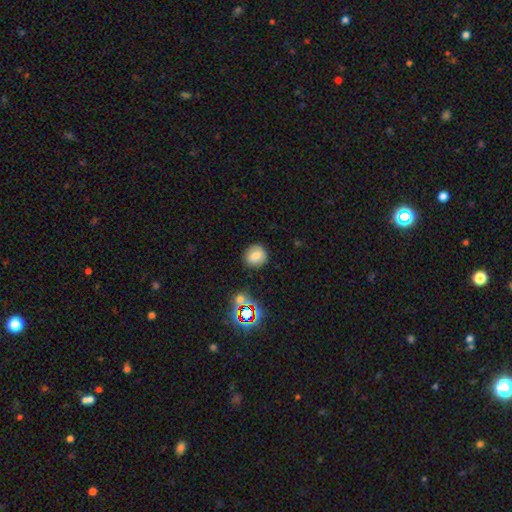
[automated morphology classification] smooth-or-featured: smooth: 75% | star or artifact: 14% | featured or disk: 11%
  how-rounded: round: 83% | in between: 16% | cigar-shaped: 1%
  merging: none: 85% | minor disturbance: 10% | major disturbance: 3% | merger: 2%